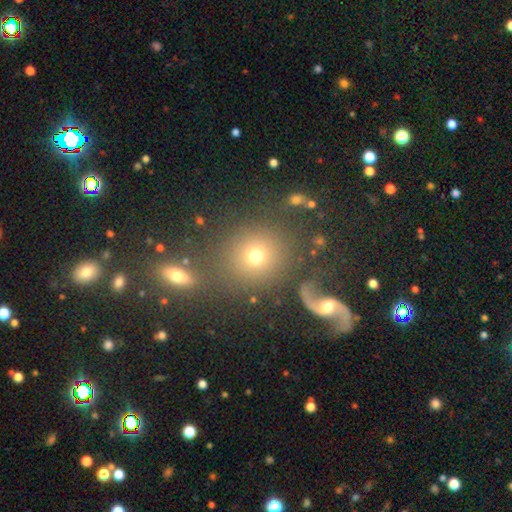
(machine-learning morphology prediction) Smooth or featured? Predicted: smooth (p=0.69). How rounded? Predicted: round (p=0.86). Merging? Predicted: none (p=0.70).